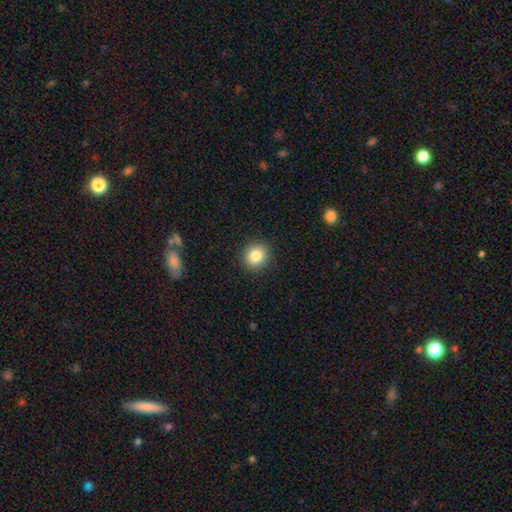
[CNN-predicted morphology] This appears to be a smooth galaxy with no disk features (84%) that is round (84%). Merging: none (91%).